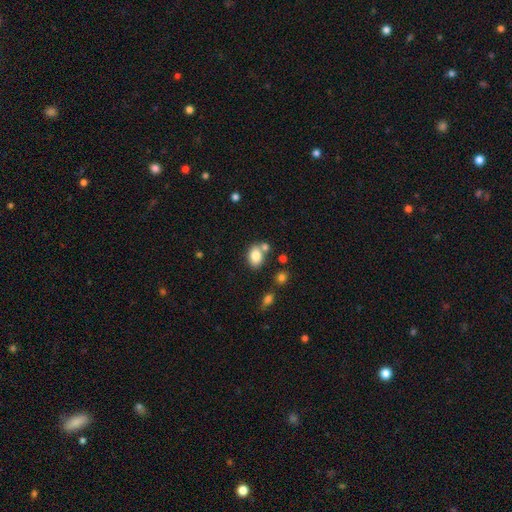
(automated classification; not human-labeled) Q: Smooth or featured?
A: smooth (82%); runner-up: featured or disk (9%)
Q: How rounded?
A: in between (78%); runner-up: round (21%)
Q: Merging?
A: none (61%); runner-up: merger (21%)